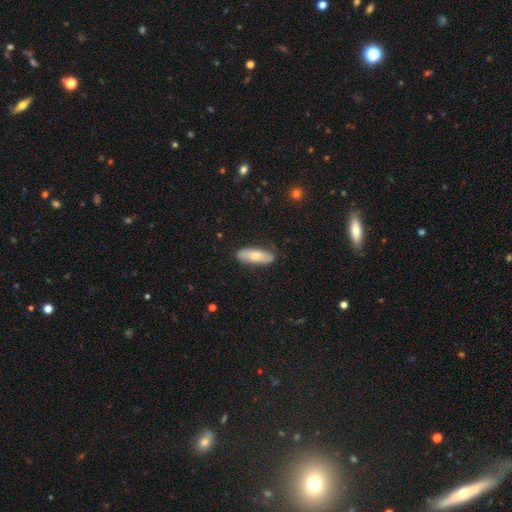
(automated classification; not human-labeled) Overall: smooth (66%; featured or disk 28%). How rounded: in between (62%; cigar-shaped 35%). Merging: none (82%).